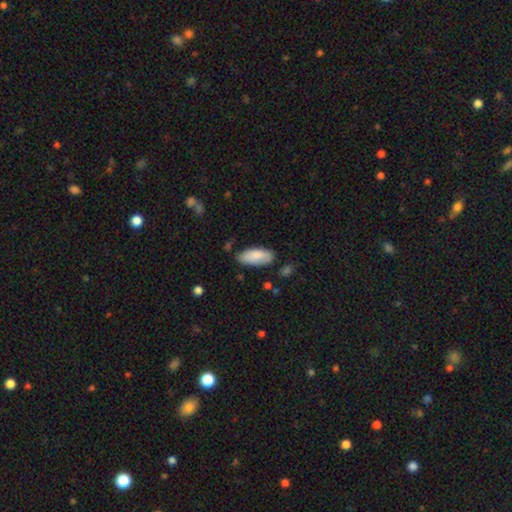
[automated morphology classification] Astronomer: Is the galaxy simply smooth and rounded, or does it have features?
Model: smooth — 84%.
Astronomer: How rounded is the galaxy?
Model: in between — 87%.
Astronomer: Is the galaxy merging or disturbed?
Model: none — 70%.